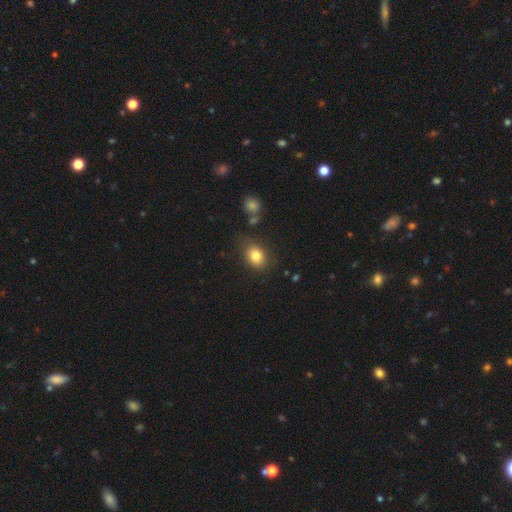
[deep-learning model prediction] This is clearly a smooth galaxy (81%). How rounded: likely in between (60%). Merging: likely none (76%).